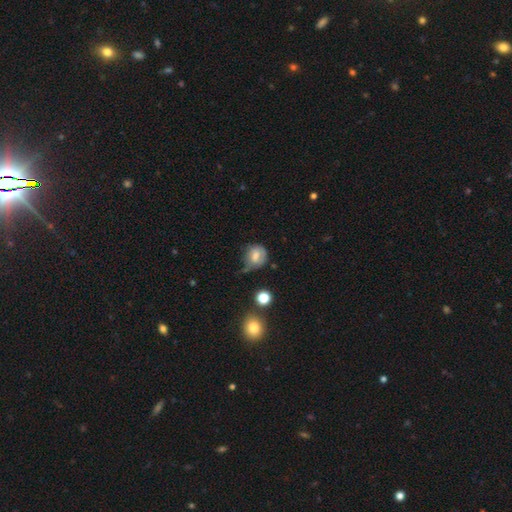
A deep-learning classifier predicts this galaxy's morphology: This is likely a smooth galaxy (66%). How rounded: likely round (74%). Merging: possibly none (49%).